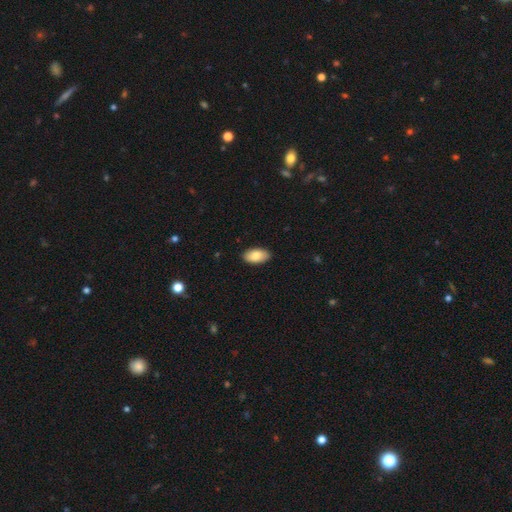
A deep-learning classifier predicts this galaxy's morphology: Smooth or featured? smooth (83%)
How rounded? in between (95%)
Merging? none (89%)